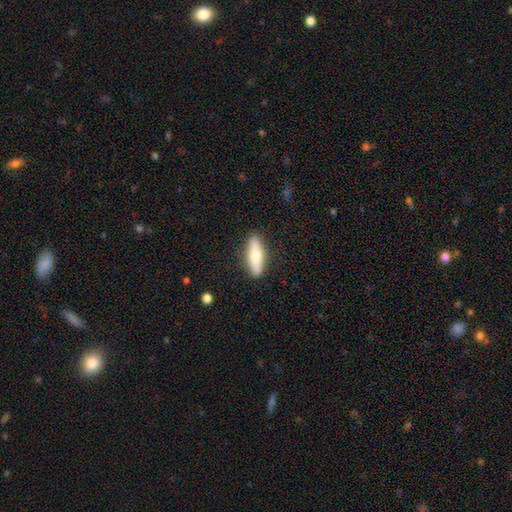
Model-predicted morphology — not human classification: Smooth or featured: smooth — 59% (featured or disk — 35%)
How rounded: cigar-shaped — 62% (in between — 35%)
Merging: none — 89% (minor disturbance — 8%)